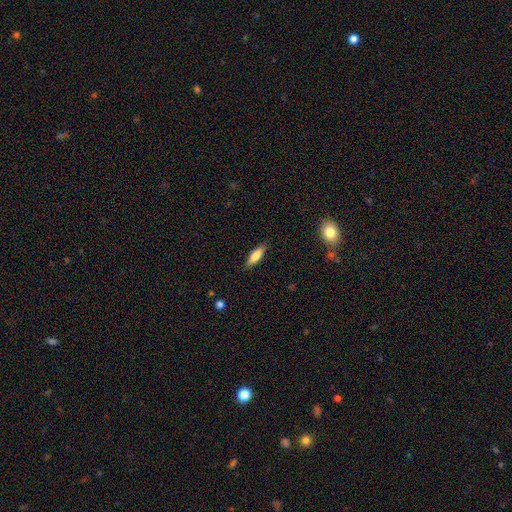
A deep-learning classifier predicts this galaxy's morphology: smooth 74%, featured or disk 20%, star or artifact 7%. Down the decision tree: how rounded — cigar-shaped (50%); merging — none (86%).